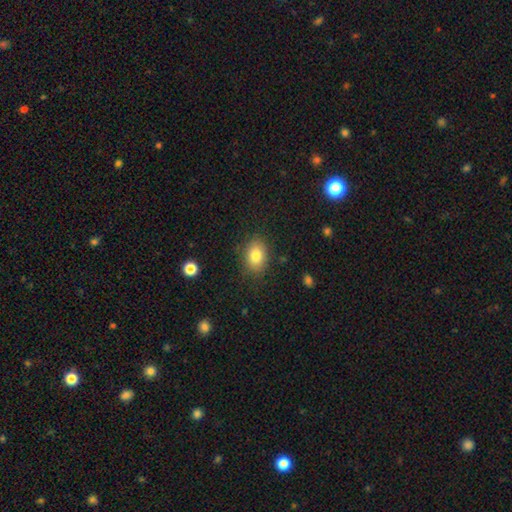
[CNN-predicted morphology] A smooth galaxy with no disk features (82%) that is in between round and cigar-shaped (74%).

Vote fractions:
- Smooth or featured? smooth: 82% / featured or disk: 9% / star or artifact: 9%
- How rounded? in between: 74% / round: 25% / cigar-shaped: 1%
- Merging? none: 84% / minor disturbance: 11% / major disturbance: 3% / merger: 1%